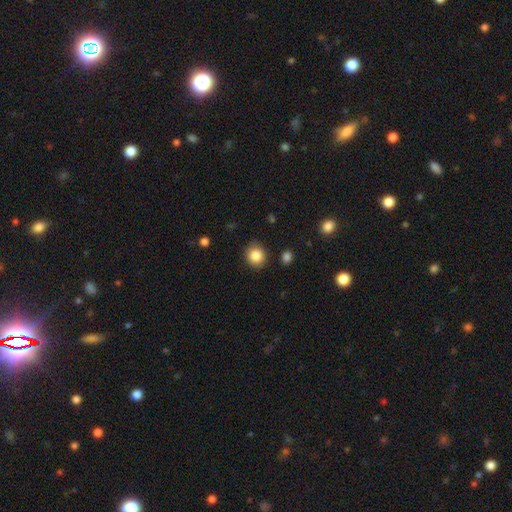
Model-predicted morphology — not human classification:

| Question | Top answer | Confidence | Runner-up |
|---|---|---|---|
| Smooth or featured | smooth | 85% | star or artifact (9%) |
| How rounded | round | 83% | in between (16%) |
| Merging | none | 87% | minor disturbance (9%) |